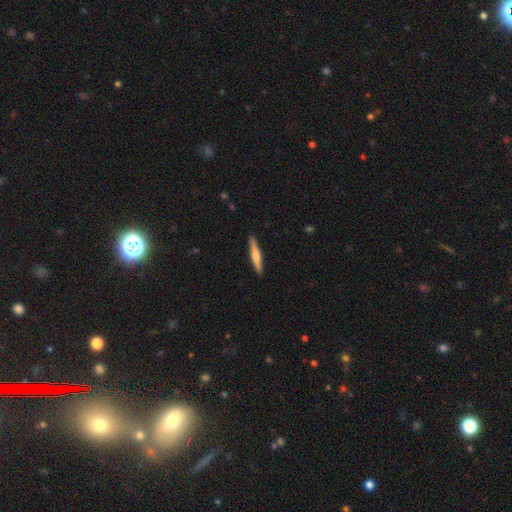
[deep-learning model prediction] Smooth or featured: smooth — 50% (featured or disk — 45%)
How rounded: cigar-shaped — 93% (in between — 6%)
Merging: none — 91% (minor disturbance — 6%)